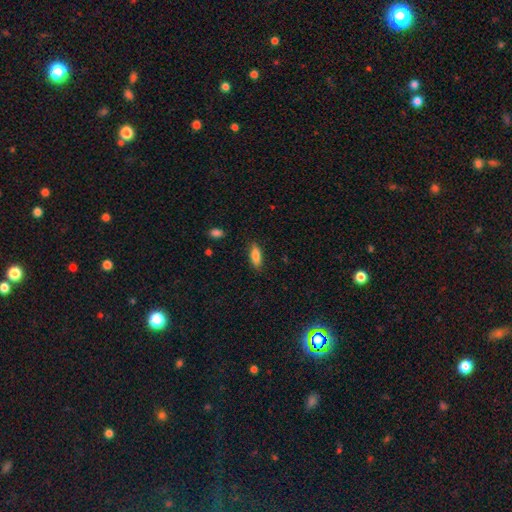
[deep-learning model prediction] This is clearly a smooth galaxy (82%). How rounded: likely in between (68%). Merging: clearly none (86%).